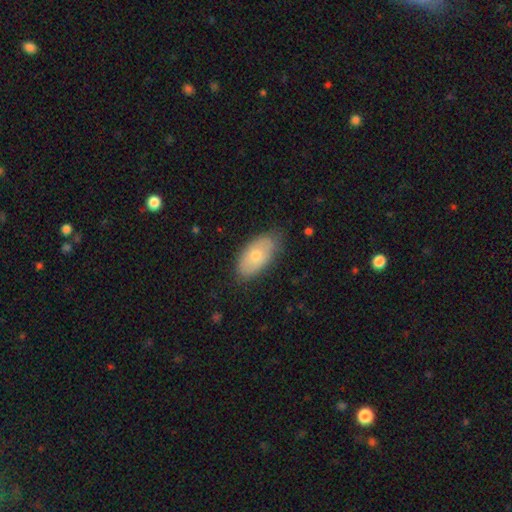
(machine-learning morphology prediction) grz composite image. It shows a smooth galaxy with no disk features (67%) that is in between round and cigar-shaped (93%). Merging: none (78%).